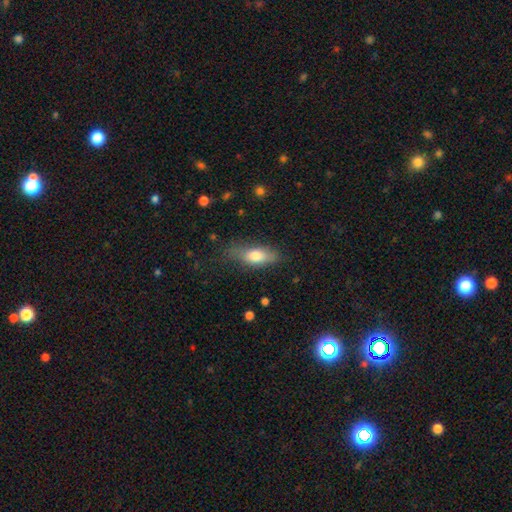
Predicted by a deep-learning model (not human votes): Smooth or featured?
  - smooth: 75% *
  - featured or disk: 19%
  - star or artifact: 7%
How rounded?
  - in between: 75% *
  - cigar-shaped: 22%
  - round: 3%
Merging?
  - none: 67% *
  - minor disturbance: 24%
  - major disturbance: 8%
  - merger: 2%